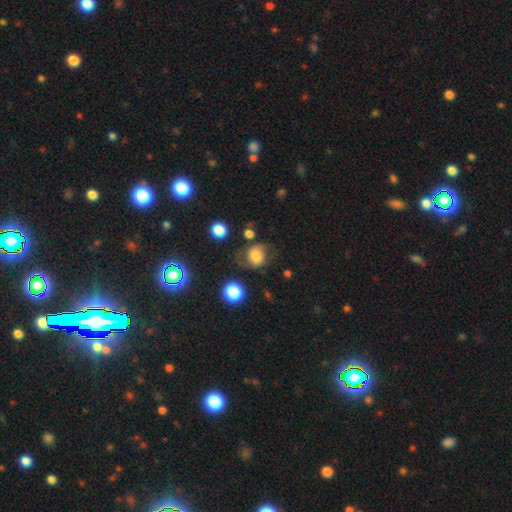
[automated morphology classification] A smooth galaxy with no disk features (54%) that is round (67%).

Vote fractions:
- Smooth or featured? smooth: 54% / featured or disk: 33% / star or artifact: 13%
- How rounded? round: 67% / in between: 32% / cigar-shaped: 1%
- Merging? none: 56% / minor disturbance: 24% / major disturbance: 16% / merger: 4%